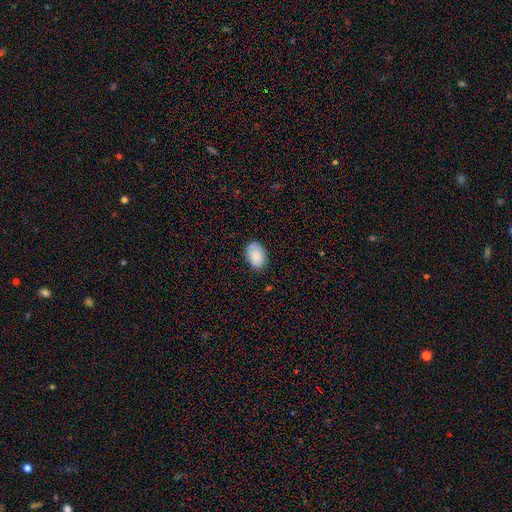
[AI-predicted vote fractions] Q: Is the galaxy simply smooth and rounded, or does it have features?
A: smooth — 84%.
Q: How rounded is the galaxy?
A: in between — 84%.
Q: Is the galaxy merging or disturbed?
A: none — 83%.